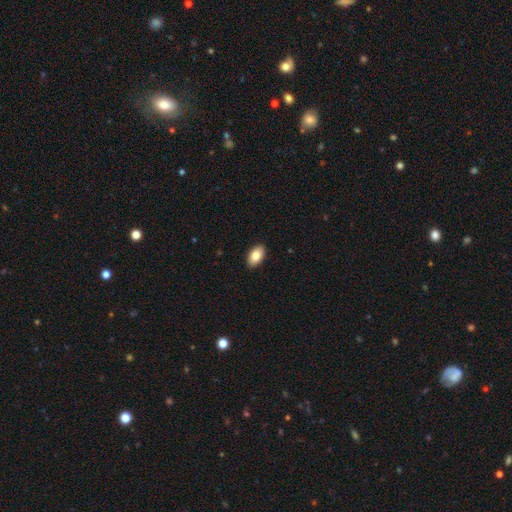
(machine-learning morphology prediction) Smooth or featured? Predicted: smooth (p=0.83). How rounded? Predicted: in between (p=0.93). Merging? Predicted: none (p=0.90).